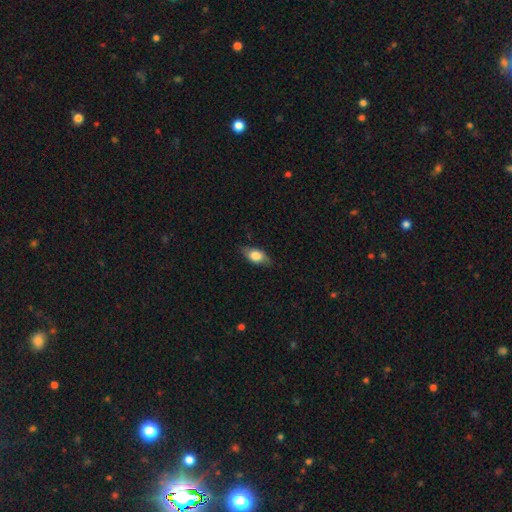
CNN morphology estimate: type=smooth (68%); roundness=in between (83%); merging=none (79%).